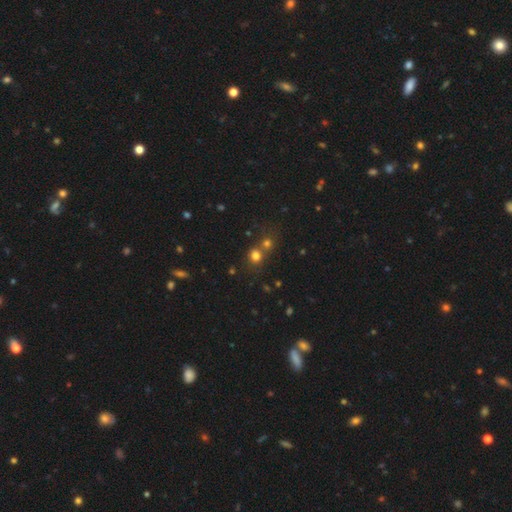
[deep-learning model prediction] The model was most divided on "merging": none: 50%, merger: 40%, minor disturbance: 7%, major disturbance: 3%. More confident: how rounded — round (81%); smooth or featured — smooth (73%).